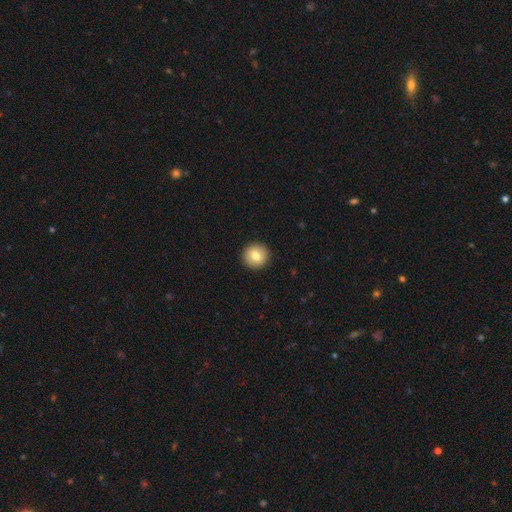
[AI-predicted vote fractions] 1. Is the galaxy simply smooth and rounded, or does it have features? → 79% smooth, 13% featured or disk, 8% star or artifact.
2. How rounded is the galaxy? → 93% round, 6% in between, 1% cigar-shaped.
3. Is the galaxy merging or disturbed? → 93% none, 5% minor disturbance, 2% major disturbance, 1% merger.